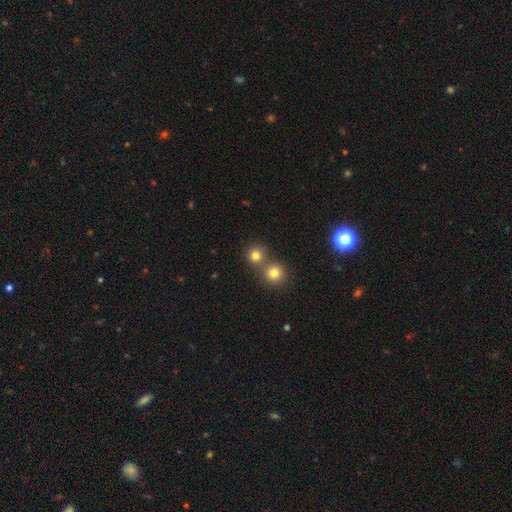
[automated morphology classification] A smooth galaxy with no disk features (78%) that is round (89%).

Vote fractions:
- Smooth or featured? smooth: 78% / star or artifact: 15% / featured or disk: 7%
- How rounded? round: 89% / in between: 10% / cigar-shaped: 1%
- Merging? none: 56% / merger: 37% / minor disturbance: 6% / major disturbance: 2%